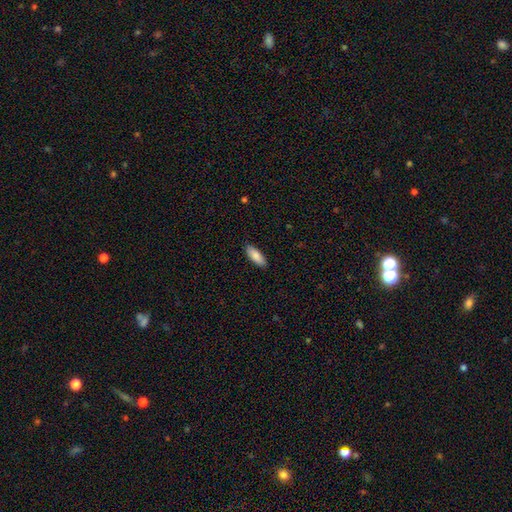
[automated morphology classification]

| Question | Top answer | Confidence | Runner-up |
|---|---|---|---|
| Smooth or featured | smooth | 86% | featured or disk (8%) |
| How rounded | in between | 71% | cigar-shaped (27%) |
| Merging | none | 89% | minor disturbance (9%) |